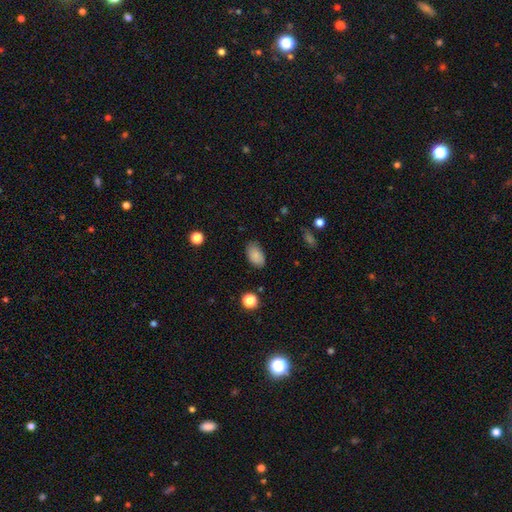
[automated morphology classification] The model was most divided on "merging": none: 80%, minor disturbance: 16%, major disturbance: 3%, merger: 1%. More confident: how rounded — in between (92%); smooth or featured — smooth (86%).